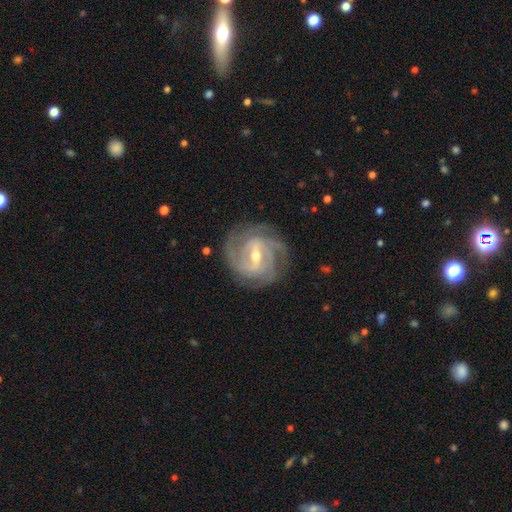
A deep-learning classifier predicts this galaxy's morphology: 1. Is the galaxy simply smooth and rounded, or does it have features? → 91% featured or disk, 4% star or artifact, 4% smooth.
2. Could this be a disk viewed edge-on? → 97% no, 3% yes.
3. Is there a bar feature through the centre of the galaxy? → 47% weak, 42% strong, 11% no.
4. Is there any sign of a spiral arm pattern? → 98% yes, 2% no.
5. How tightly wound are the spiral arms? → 62% tight, 33% medium, 5% loose.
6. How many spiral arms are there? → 36% 3, 20% 4, 19% 2, 14% can't tell, 5% more than 4, 5% 1.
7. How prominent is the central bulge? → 54% moderate, 42% small, 2% large, 1% none, 1% dominant.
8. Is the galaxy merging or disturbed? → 82% none, 13% minor disturbance, 4% major disturbance, 1% merger.